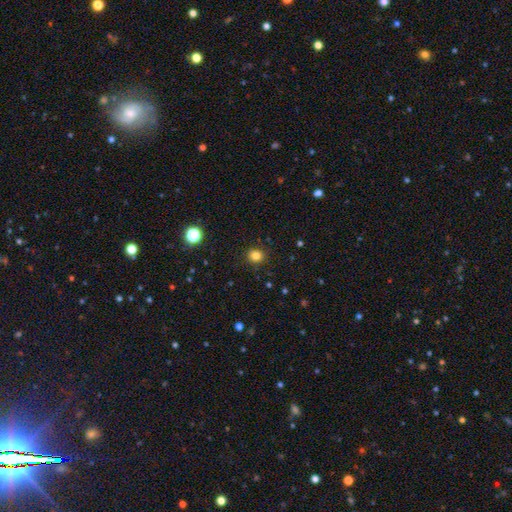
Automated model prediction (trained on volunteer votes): Smooth or featured?
  - smooth: 82% *
  - star or artifact: 13%
  - featured or disk: 5%
How rounded?
  - round: 84% *
  - in between: 15%
  - cigar-shaped: 1%
Merging?
  - none: 90% *
  - minor disturbance: 6%
  - major disturbance: 2%
  - merger: 1%